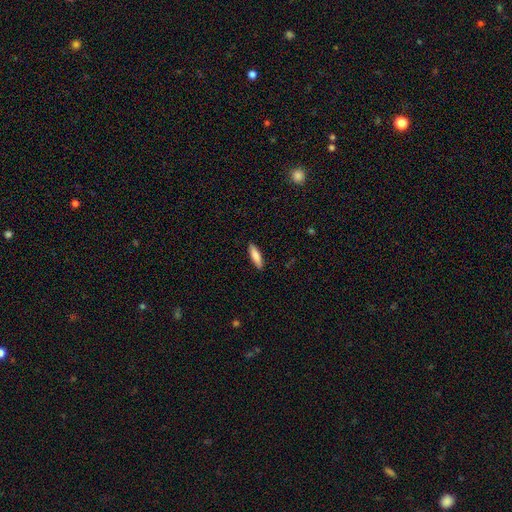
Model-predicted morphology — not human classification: Overall: smooth (83%). How rounded: cigar-shaped (63%; in between 36%). Merging: none (90%).